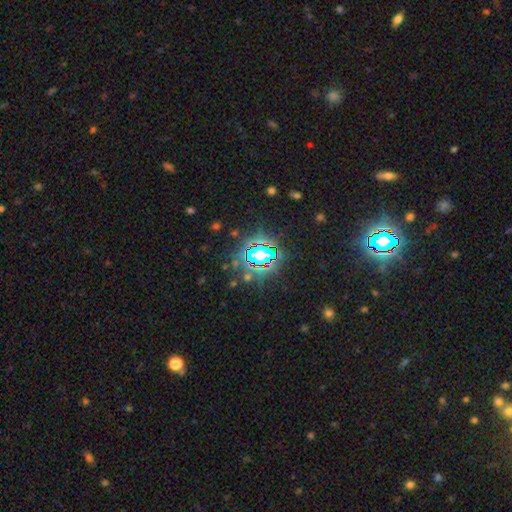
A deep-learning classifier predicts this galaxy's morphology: Overall: star or artifact (80%).